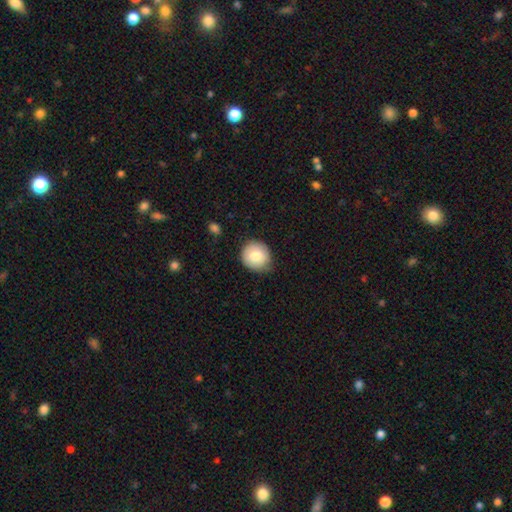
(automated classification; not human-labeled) The model was most divided on "merging": none: 77%, minor disturbance: 18%, major disturbance: 3%, merger: 1%. More confident: how rounded — round (90%); smooth or featured — smooth (81%).